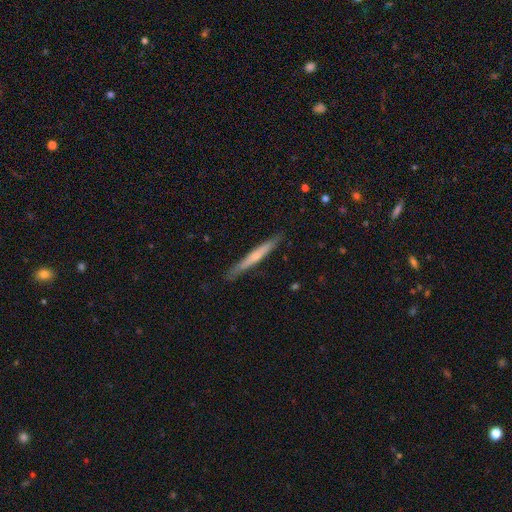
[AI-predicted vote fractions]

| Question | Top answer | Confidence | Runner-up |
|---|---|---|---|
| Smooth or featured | smooth | 49% | featured or disk (45%) |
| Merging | none | 86% | minor disturbance (11%) |